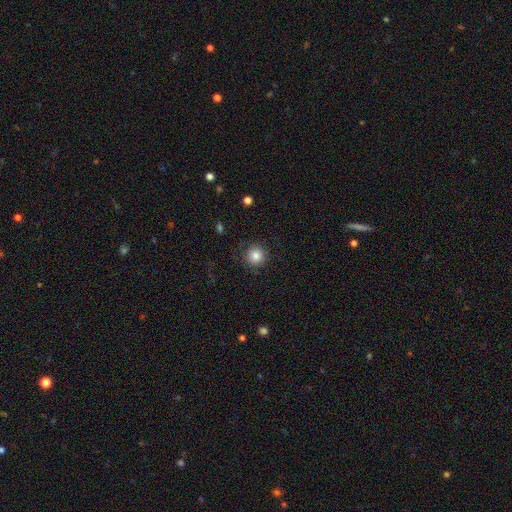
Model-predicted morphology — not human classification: smooth-or-featured: smooth: 83% | star or artifact: 11% | featured or disk: 6%
  how-rounded: round: 95% | in between: 4% | cigar-shaped: 1%
  merging: none: 86% | minor disturbance: 9% | major disturbance: 4% | merger: 1%